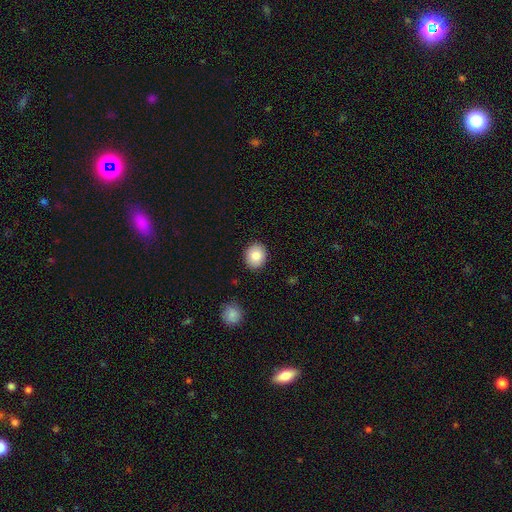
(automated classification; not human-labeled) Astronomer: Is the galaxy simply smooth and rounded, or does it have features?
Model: smooth — 84%.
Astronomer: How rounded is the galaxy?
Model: round — 65%.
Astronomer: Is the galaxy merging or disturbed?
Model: none — 89%.